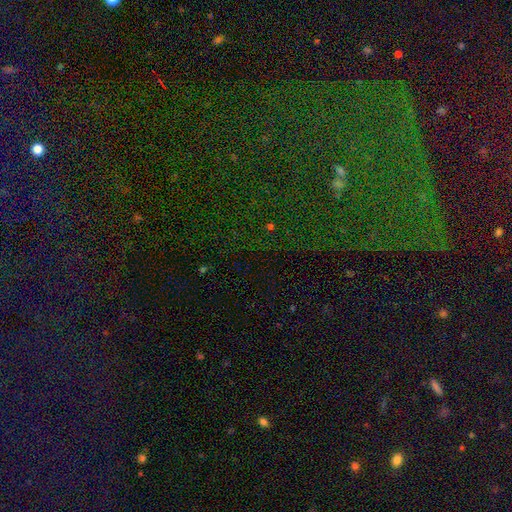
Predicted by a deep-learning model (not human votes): This appears to be a star or artifact, not a galaxy (77%).